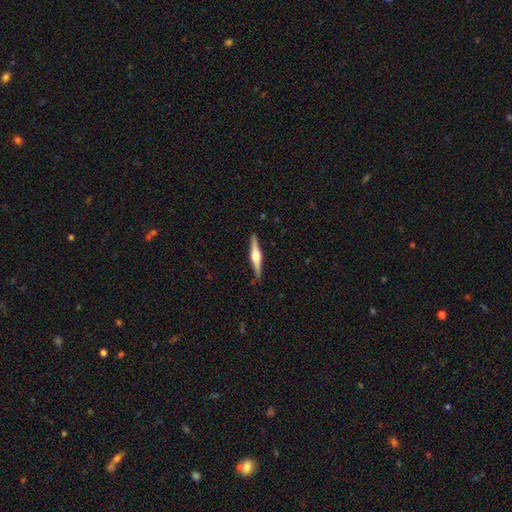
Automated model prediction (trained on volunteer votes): smooth_or_featured: featured or disk (p=0.74) [alt: smooth p=0.21]
disk_edge_on: yes (p=0.98) [alt: no p=0.02]
edge_on_bulge: rounded (p=0.90) [alt: boxy p=0.08]
merging: none (p=0.90) [alt: minor disturbance p=0.08]